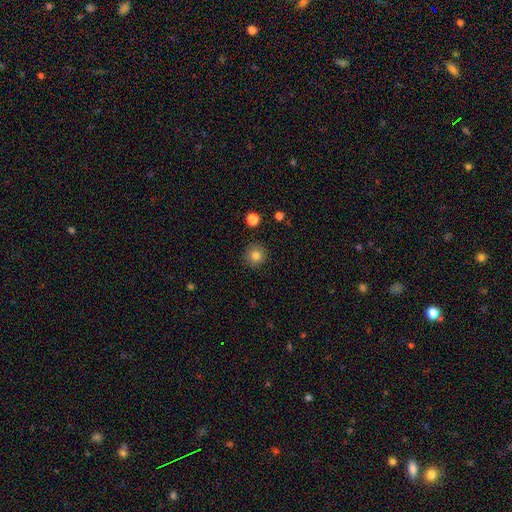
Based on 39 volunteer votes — Volunteers were most divided on "merging": none: 86%, minor disturbance: 14%, major disturbance: 0%, merger: 0%. More confident: how rounded — round (100%); smooth or featured — smooth (82%).